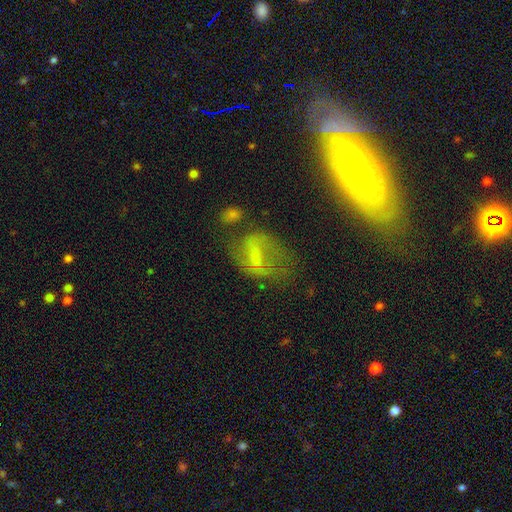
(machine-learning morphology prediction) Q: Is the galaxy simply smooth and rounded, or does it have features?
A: featured or disk — 53%.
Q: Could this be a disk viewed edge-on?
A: no — 93%.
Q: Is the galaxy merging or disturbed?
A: none — 42%.